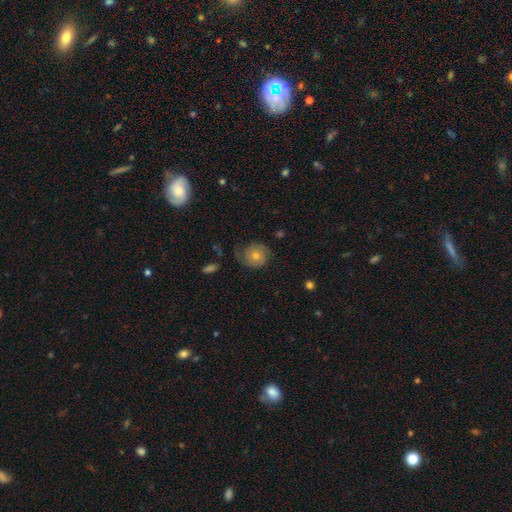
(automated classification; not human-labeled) A featured or disk galaxy (61%) with no bar (82%), 2 (56%) tight (56%) spiral arms (89%) and a moderate central bulge (59%).

Vote fractions:
- Smooth or featured? featured or disk: 61% / smooth: 29% / star or artifact: 10%
- Edge-on disk? no: 97% / yes: 3%
- Bar? no: 82% / weak: 15% / strong: 3%
- Spiral arms? yes: 89% / no: 11%
- Spiral winding? tight: 56% / medium: 29% / loose: 14%
- Spiral arm count? 2: 56% / 1: 17% / can't tell: 17% / 3: 5% / 4: 2% / more than 4: 2%
- Bulge size? moderate: 59% / small: 34% / large: 4% / none: 2% / dominant: 1%
- Merging? none: 69% / minor disturbance: 18% / major disturbance: 11% / merger: 2%